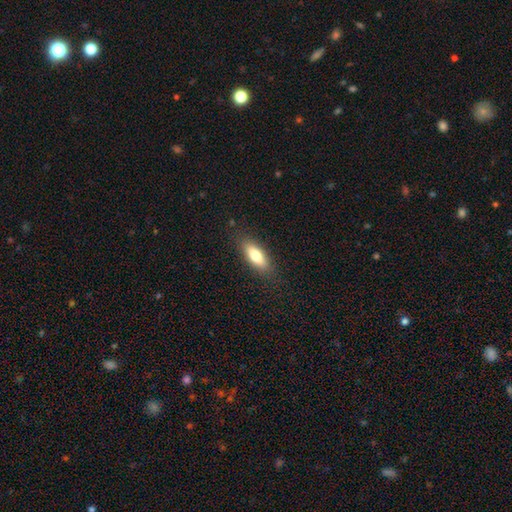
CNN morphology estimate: A smooth galaxy with no disk features (73%) that is in between round and cigar-shaped (70%).

Vote fractions:
- Smooth or featured? smooth: 73% / featured or disk: 20% / star or artifact: 7%
- How rounded? in between: 70% / cigar-shaped: 28% / round: 3%
- Merging? none: 86% / minor disturbance: 11% / major disturbance: 3% / merger: 1%